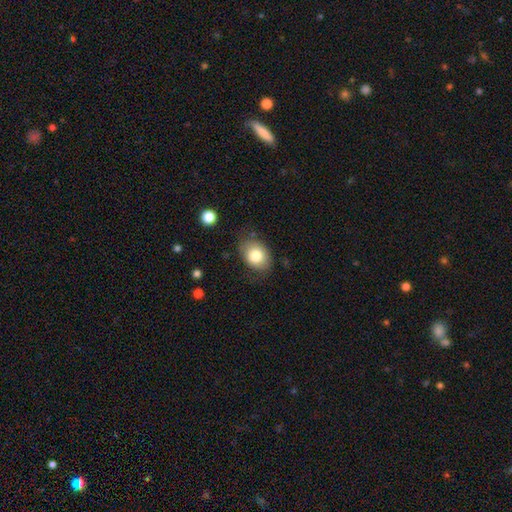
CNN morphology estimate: This is clearly a smooth galaxy (80%). How rounded: likely in between (67%). Merging: likely none (73%).